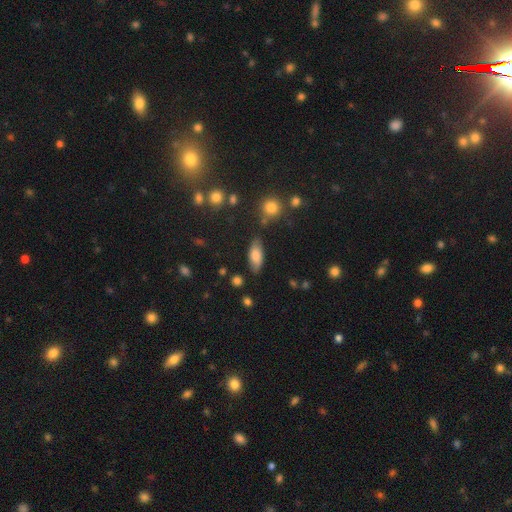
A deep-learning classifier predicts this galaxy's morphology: Smooth or featured? Predicted: smooth (p=0.74). How rounded? Predicted: in between (p=0.83). Merging? Predicted: none (p=0.76).